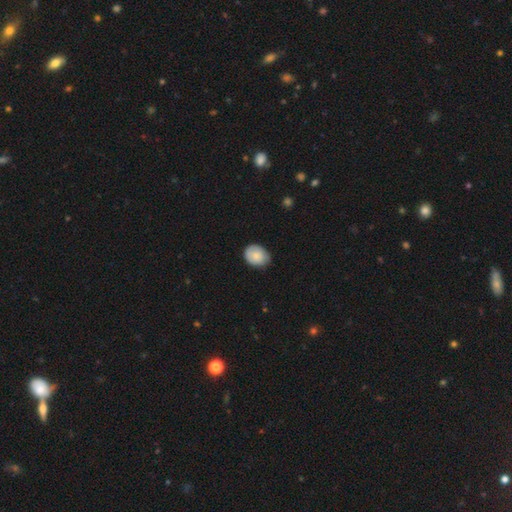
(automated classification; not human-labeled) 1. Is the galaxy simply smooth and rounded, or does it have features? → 76% smooth, 17% featured or disk, 6% star or artifact.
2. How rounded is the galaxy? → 53% round, 46% in between, 1% cigar-shaped.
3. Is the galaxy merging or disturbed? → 71% none, 25% minor disturbance, 4% major disturbance, 1% merger.